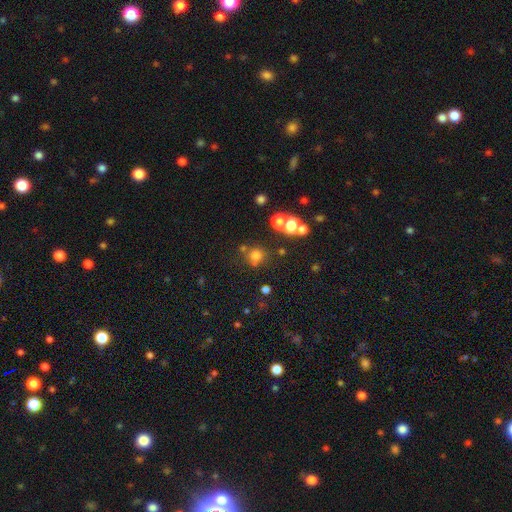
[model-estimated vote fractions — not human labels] Q: Smooth or featured?
A: smooth (70%); runner-up: star or artifact (22%)
Q: How rounded?
A: round (89%); runner-up: in between (10%)
Q: Merging?
A: none (70%); runner-up: merger (14%)